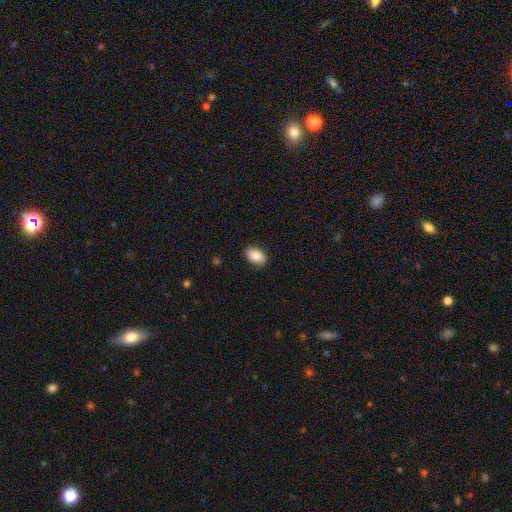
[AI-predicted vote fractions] Smooth or featured? smooth (87%)
How rounded? in between (89%)
Merging? none (89%)